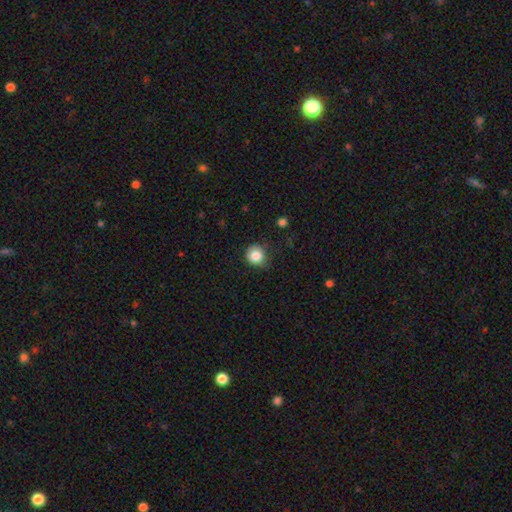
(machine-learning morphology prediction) smooth-or-featured: smooth: 84% | star or artifact: 10% | featured or disk: 6%
  how-rounded: round: 90% | in between: 9% | cigar-shaped: 1%
  merging: none: 74% | minor disturbance: 20% | major disturbance: 5% | merger: 1%